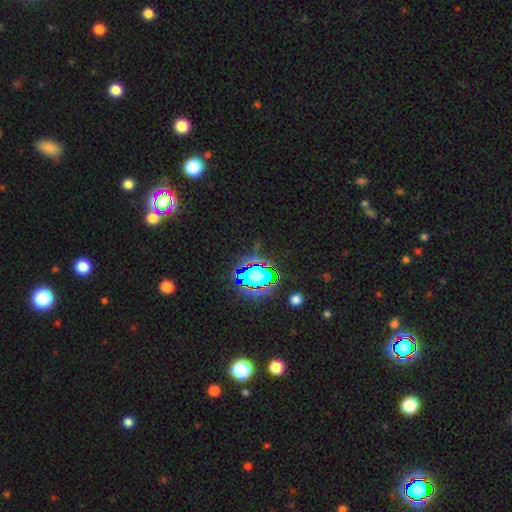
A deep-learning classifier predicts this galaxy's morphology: Smooth or featured? star or artifact (74%)